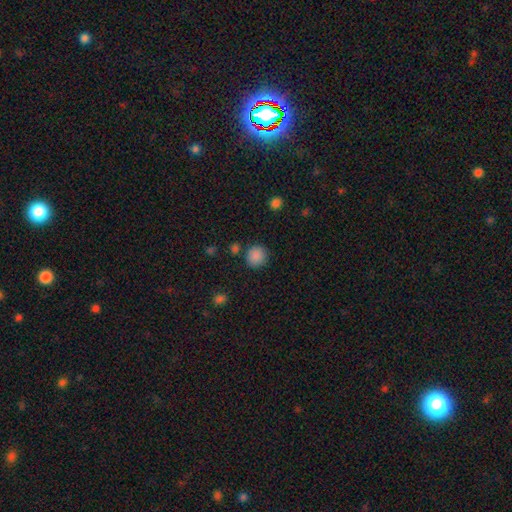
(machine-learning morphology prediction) Smooth or featured: smooth — 87% (star or artifact — 10%)
How rounded: round — 90% (in between — 9%)
Merging: none — 83% (minor disturbance — 10%)